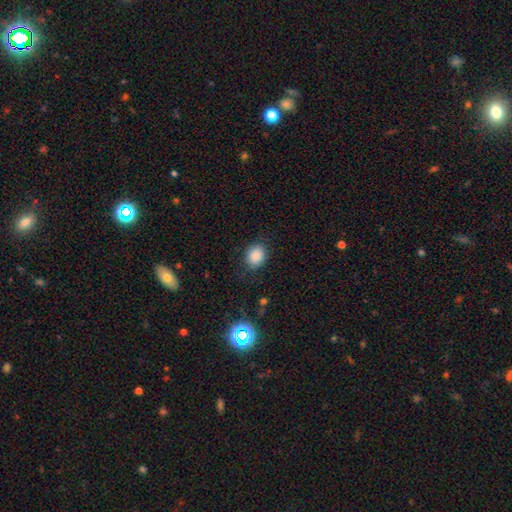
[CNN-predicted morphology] smooth 86%, star or artifact 10%, featured or disk 4%. Down the decision tree: how rounded — round (51%); merging — none (82%).